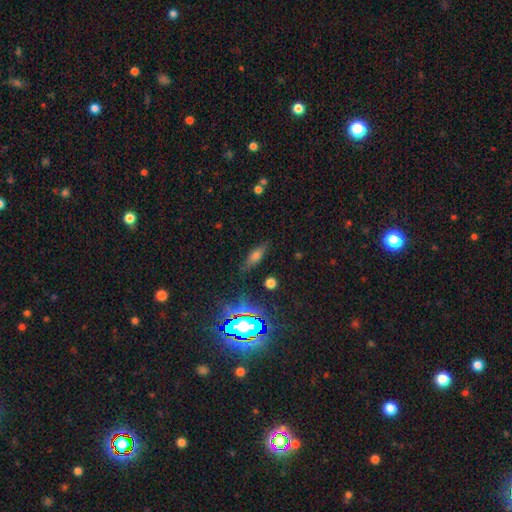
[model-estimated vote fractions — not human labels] Smooth or featured? smooth (55%)
How rounded? in between (53%)
Merging? none (79%)